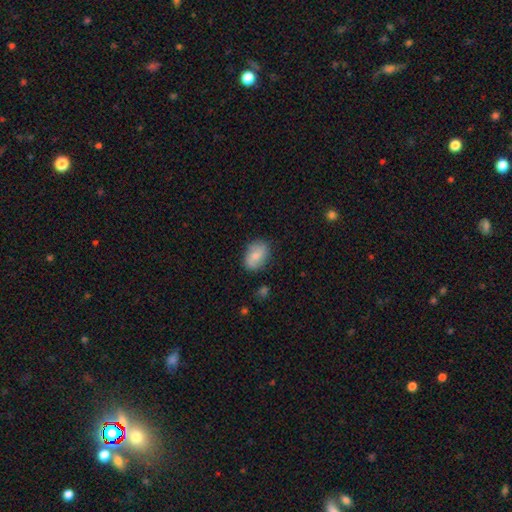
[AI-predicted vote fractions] smooth 73%, featured or disk 20%, star or artifact 7%. Down the decision tree: how rounded — in between (83%); merging — none (77%).